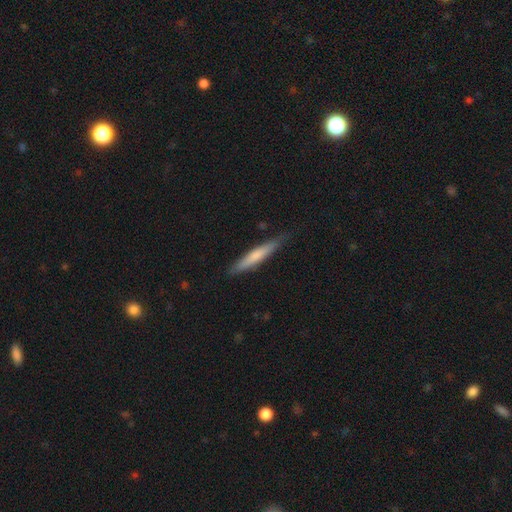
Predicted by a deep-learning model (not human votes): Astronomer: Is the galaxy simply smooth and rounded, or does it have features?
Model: smooth — 65%.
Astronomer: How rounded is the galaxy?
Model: cigar-shaped — 93%.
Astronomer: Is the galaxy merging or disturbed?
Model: none — 84%.